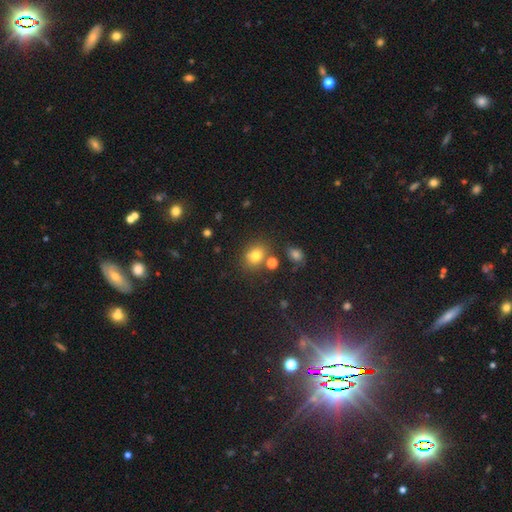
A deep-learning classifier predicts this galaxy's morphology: This appears to be a smooth galaxy with no disk features (76%) that is round (59%). Merging: none (70%).